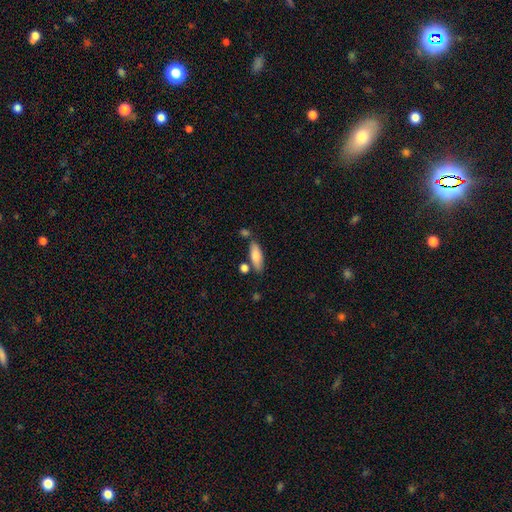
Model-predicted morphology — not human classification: Overall: smooth (78%). How rounded: in between (64%; cigar-shaped 34%). Merging: none (72%).